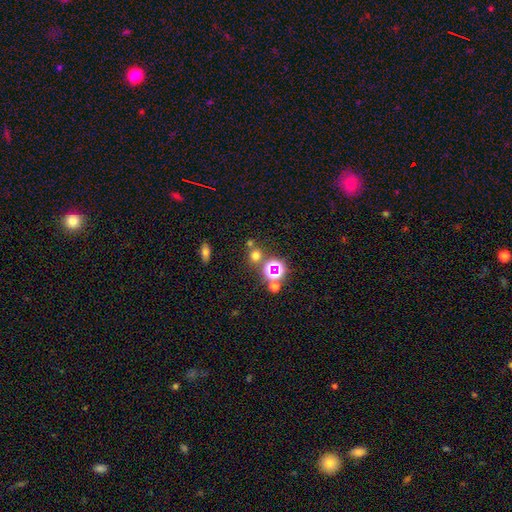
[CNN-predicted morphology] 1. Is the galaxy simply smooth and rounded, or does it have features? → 58% smooth, 34% star or artifact, 8% featured or disk.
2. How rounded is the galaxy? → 85% round, 14% in between, 1% cigar-shaped.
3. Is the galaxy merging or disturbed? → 70% none, 17% merger, 8% minor disturbance, 4% major disturbance.